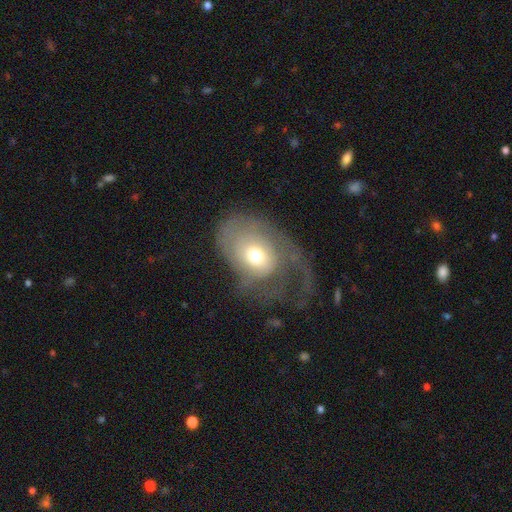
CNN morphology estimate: A featured or disk galaxy (50%). Merging: major disturbance (60%).